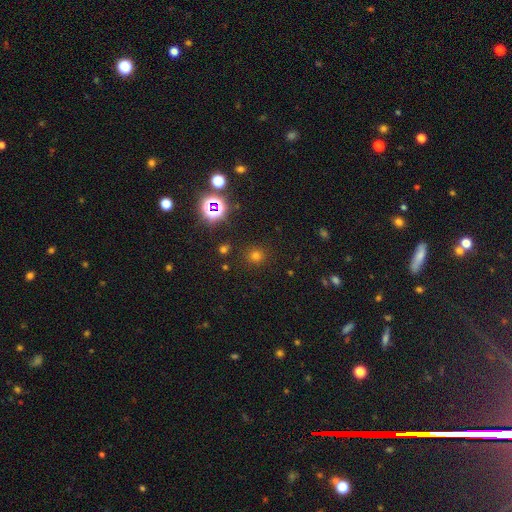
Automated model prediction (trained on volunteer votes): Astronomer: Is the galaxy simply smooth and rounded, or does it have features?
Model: smooth — 64%.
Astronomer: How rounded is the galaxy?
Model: round — 91%.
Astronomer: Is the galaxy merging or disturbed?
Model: none — 88%.